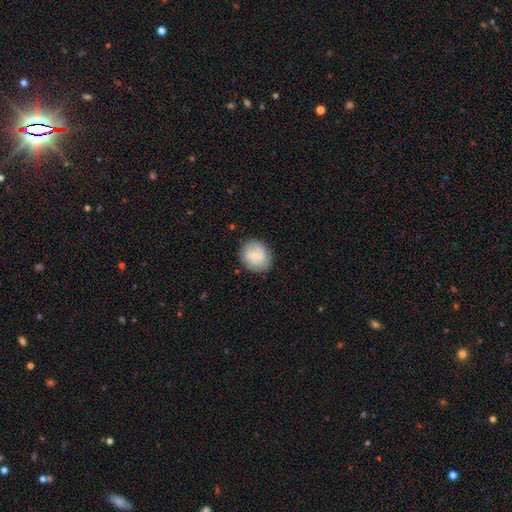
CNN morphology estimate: Overall: smooth (55%; featured or disk 38%). How rounded: round (72%). Merging: none (83%).